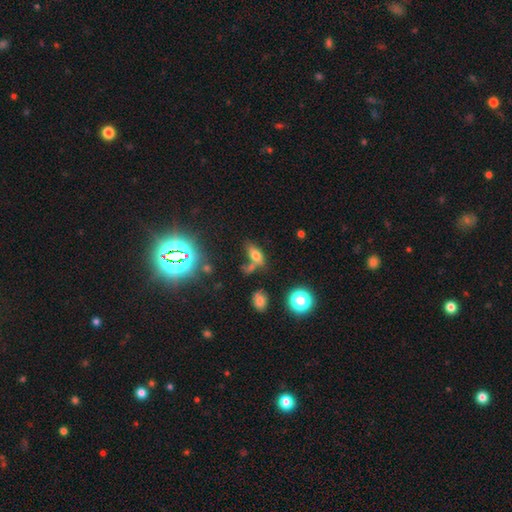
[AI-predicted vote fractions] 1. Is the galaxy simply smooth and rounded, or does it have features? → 65% smooth, 19% star or artifact, 16% featured or disk.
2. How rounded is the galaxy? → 82% in between, 11% cigar-shaped, 7% round.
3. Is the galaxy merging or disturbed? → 48% none, 27% merger, 16% minor disturbance, 9% major disturbance.